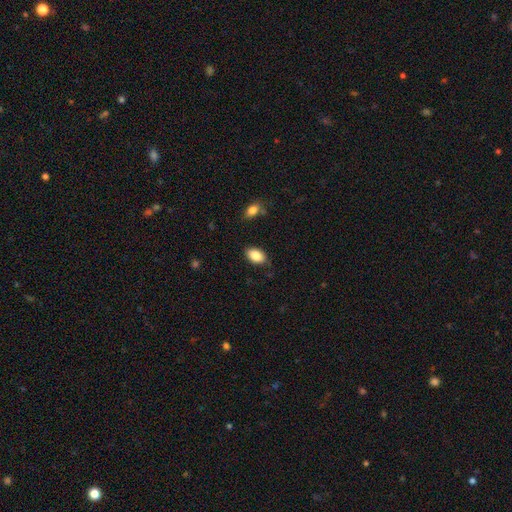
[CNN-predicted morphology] smooth_or_featured: smooth (p=0.86) [alt: star or artifact p=0.07]
how_rounded: in between (p=0.92) [alt: round p=0.07]
merging: none (p=0.84) [alt: minor disturbance p=0.12]